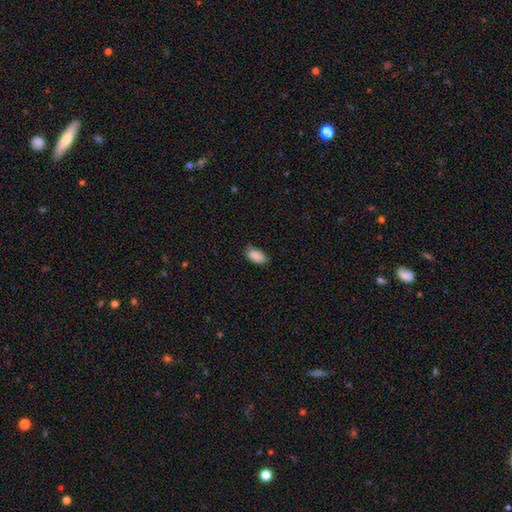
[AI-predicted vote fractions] Q: Smooth or featured?
A: smooth (88%); runner-up: star or artifact (7%)
Q: How rounded?
A: in between (93%); runner-up: round (4%)
Q: Merging?
A: none (71%); runner-up: minor disturbance (24%)